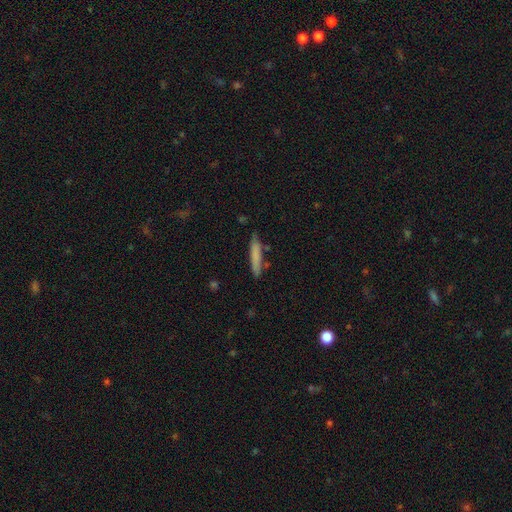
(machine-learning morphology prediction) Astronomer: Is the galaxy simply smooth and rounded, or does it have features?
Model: smooth — 76%.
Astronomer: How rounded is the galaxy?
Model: cigar-shaped — 92%.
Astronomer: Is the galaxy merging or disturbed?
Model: none — 79%.